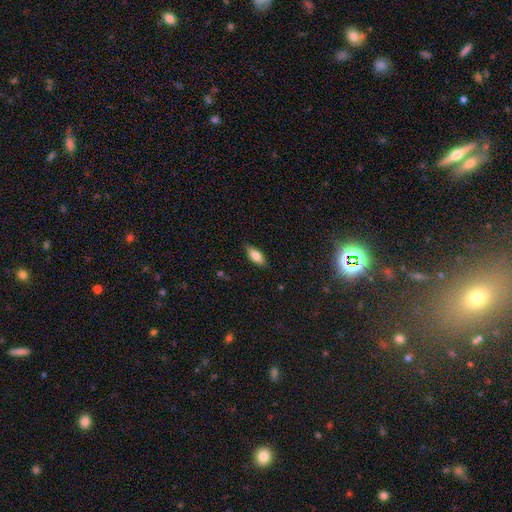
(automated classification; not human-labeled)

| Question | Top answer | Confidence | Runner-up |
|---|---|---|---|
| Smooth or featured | smooth | 75% | featured or disk (18%) |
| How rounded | in between | 79% | cigar-shaped (19%) |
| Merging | none | 82% | minor disturbance (14%) |